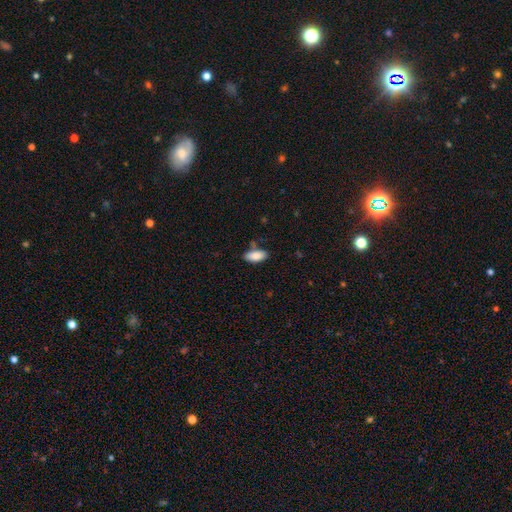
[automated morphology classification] smooth 86%, featured or disk 7%, star or artifact 7%. Down the decision tree: how rounded — in between (89%); merging — none (73%).